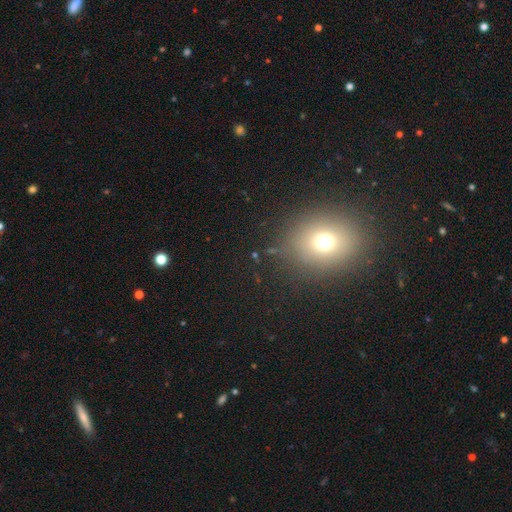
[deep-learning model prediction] Q: Smooth or featured?
A: smooth (57%); runner-up: star or artifact (32%)
Q: How rounded?
A: round (72%); runner-up: in between (26%)
Q: Merging?
A: none (84%); runner-up: minor disturbance (9%)